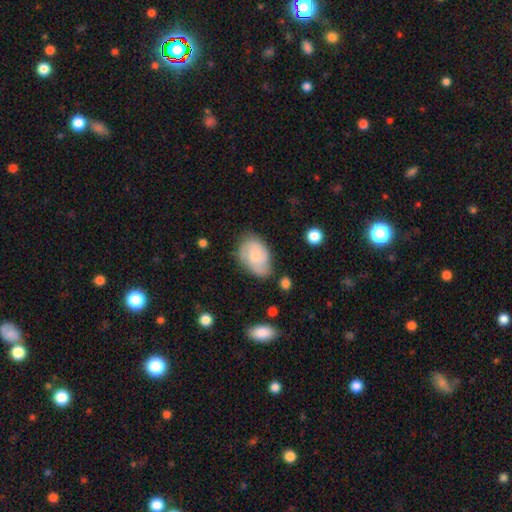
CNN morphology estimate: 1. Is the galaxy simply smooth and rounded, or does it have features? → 48% smooth, 45% featured or disk, 7% star or artifact.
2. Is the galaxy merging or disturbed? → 59% none, 29% minor disturbance, 9% major disturbance, 4% merger.